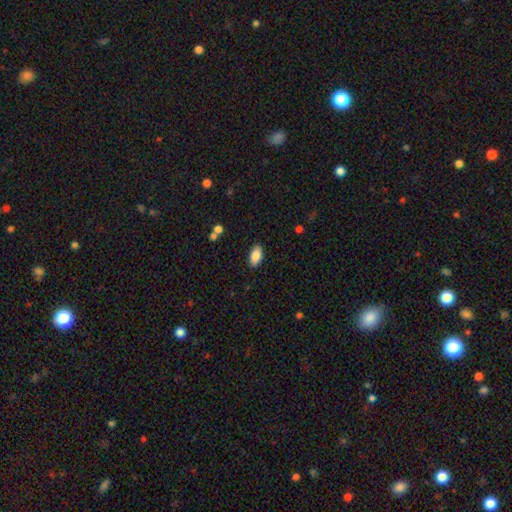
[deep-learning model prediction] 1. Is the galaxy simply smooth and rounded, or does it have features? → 88% smooth, 7% star or artifact, 5% featured or disk.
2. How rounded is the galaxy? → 93% in between, 4% cigar-shaped, 3% round.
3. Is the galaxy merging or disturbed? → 88% none, 9% minor disturbance, 2% major disturbance, 1% merger.